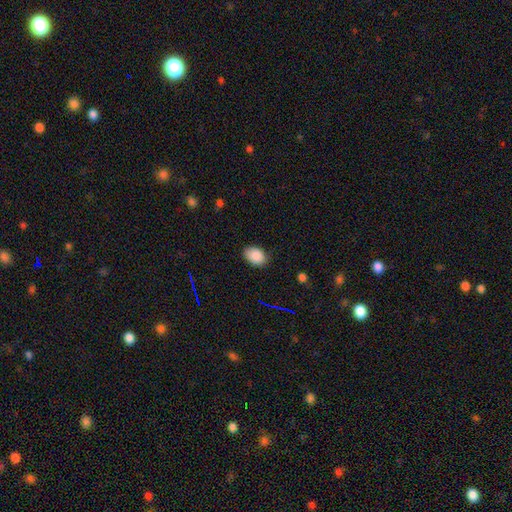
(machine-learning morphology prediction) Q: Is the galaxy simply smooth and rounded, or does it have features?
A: smooth — 88%.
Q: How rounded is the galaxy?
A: in between — 83%.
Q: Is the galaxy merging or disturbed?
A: none — 82%.